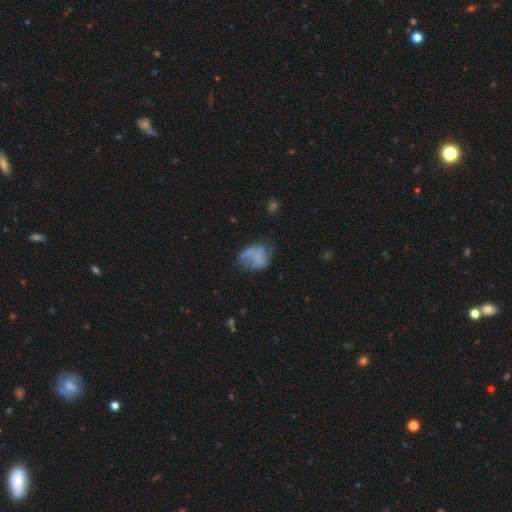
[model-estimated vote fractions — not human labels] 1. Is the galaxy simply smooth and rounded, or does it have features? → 57% smooth, 31% featured or disk, 12% star or artifact.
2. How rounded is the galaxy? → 55% in between, 44% round, 1% cigar-shaped.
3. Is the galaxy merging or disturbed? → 33% none (tied), 33% major disturbance (tied), 28% minor disturbance, 6% merger.